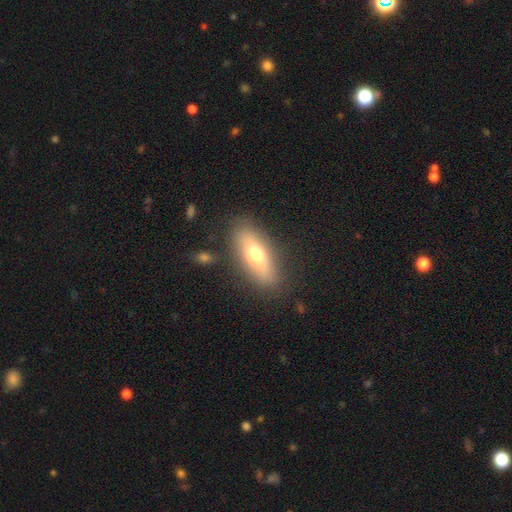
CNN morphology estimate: smooth-or-featured: smooth: 66% | featured or disk: 26% | star or artifact: 8%
  how-rounded: in between: 71% | cigar-shaped: 25% | round: 4%
  merging: none: 82% | minor disturbance: 12% | major disturbance: 4% | merger: 2%